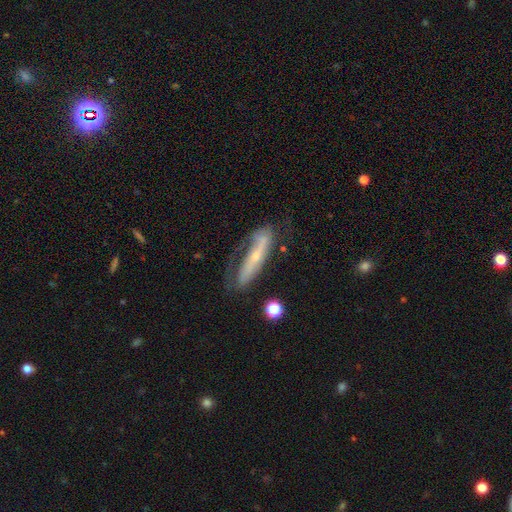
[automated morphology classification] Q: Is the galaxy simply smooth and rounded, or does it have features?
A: featured or disk — 69%.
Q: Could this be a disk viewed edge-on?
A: no — 59%.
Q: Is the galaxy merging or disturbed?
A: none — 52%.